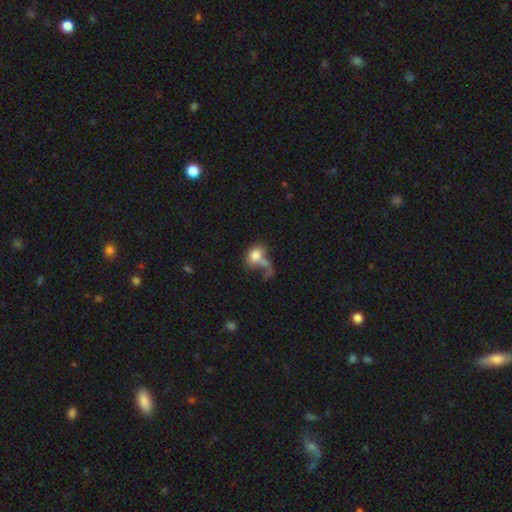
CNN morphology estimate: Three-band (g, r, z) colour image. It shows a smooth galaxy with no disk features (69%) that is in between round and cigar-shaped (70%). Merging: major disturbance (36%).